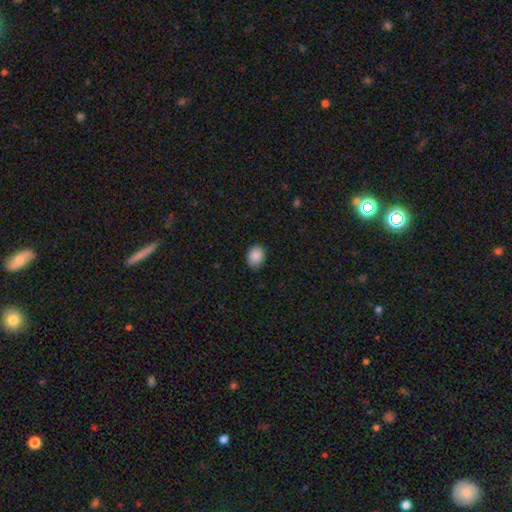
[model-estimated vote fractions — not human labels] Smooth or featured: smooth — 89% (star or artifact — 8%)
How rounded: in between — 59% (round — 40%)
Merging: none — 86% (minor disturbance — 11%)